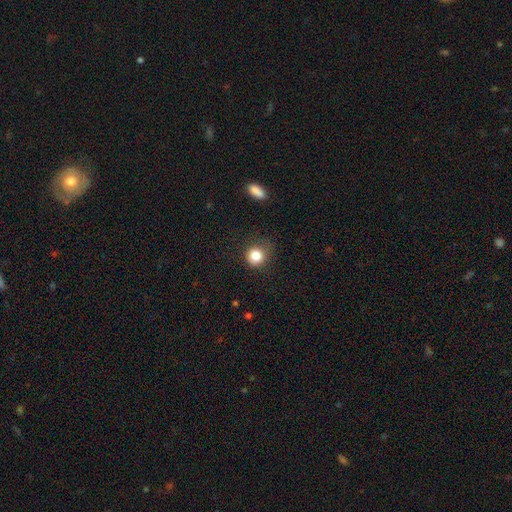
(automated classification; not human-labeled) A smooth galaxy with no disk features (83%) that is round (88%). Merging: none (72%).